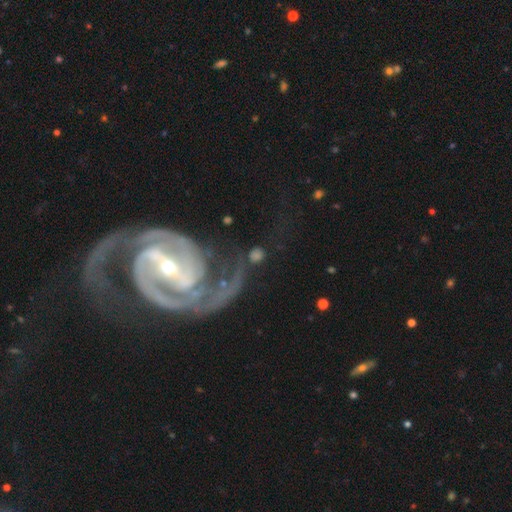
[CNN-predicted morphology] Smooth or featured?
  - featured or disk: 75% *
  - smooth: 14%
  - star or artifact: 11%
Edge-on disk?
  - no: 95% *
  - yes: 5%
Bar?
  - strong: 39% *
  - weak: 32%
  - no: 28%
Spiral arms?
  - yes: 86% *
  - no: 14%
Spiral winding?
  - medium: 41% *
  - tight: 32%
  - loose: 27%
Spiral arm count?
  - 2: 66% *
  - can't tell: 12%
  - 1: 9%
  - 3: 6%
  - 4: 4%
  - more than 4: 4%
Bulge size?
  - small: 47% *
  - moderate: 43%
  - large: 5%
  - none: 3%
  - dominant: 2%
Merging?
  - none: 50% *
  - major disturbance: 25%
  - minor disturbance: 17%
  - merger: 9%